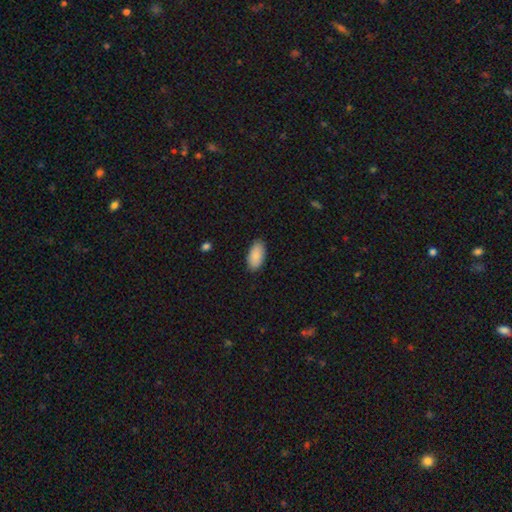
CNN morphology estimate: smooth 89%, star or artifact 6%, featured or disk 5%. Down the decision tree: how rounded — in between (94%); merging — none (87%).